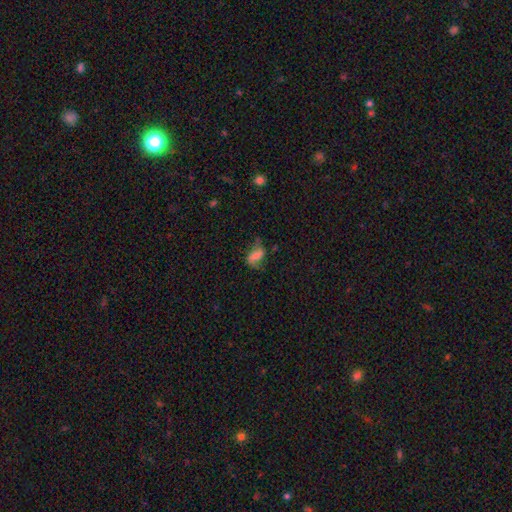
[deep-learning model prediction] Smooth or featured? Predicted: smooth (p=0.58). How rounded? Predicted: in between (p=0.85). Merging? Predicted: none (p=0.50).